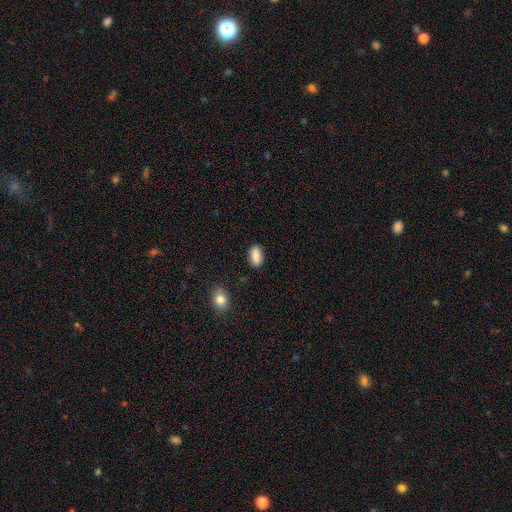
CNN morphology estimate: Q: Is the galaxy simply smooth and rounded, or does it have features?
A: smooth — 86%.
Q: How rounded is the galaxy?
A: in between — 91%.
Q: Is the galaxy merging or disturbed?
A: none — 86%.